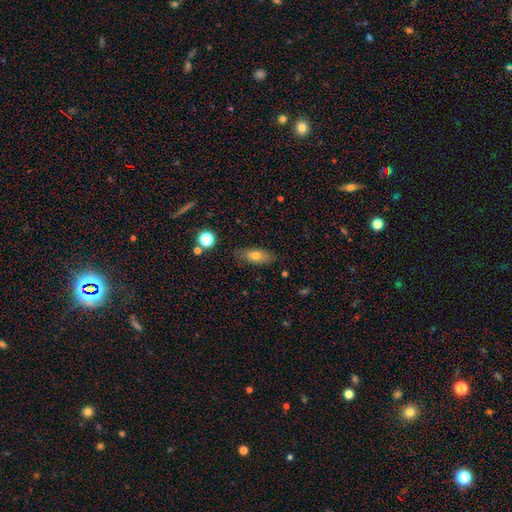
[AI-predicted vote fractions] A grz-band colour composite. It shows a smooth galaxy with no disk features (72%) that is in between round and cigar-shaped (78%). Merging: none (80%).